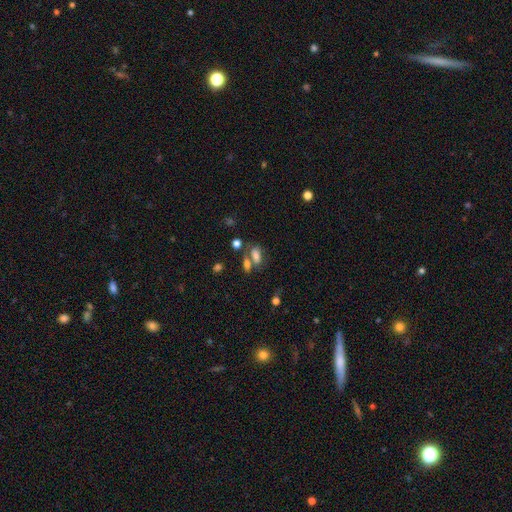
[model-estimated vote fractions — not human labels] Smooth or featured? smooth (74%)
How rounded? in between (83%)
Merging? none (45%)